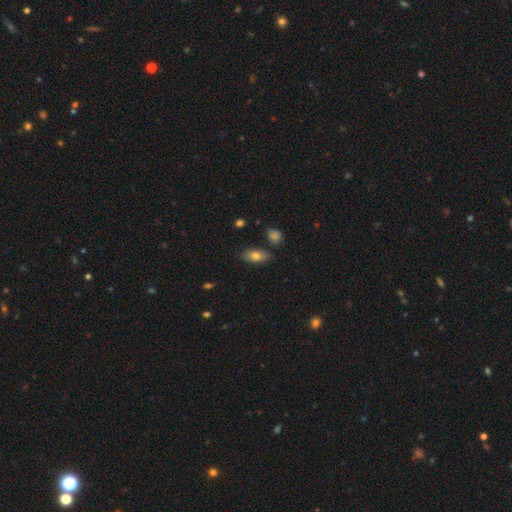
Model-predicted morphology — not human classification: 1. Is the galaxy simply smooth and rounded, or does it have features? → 77% smooth, 16% featured or disk, 8% star or artifact.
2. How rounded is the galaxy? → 88% in between, 8% cigar-shaped, 4% round.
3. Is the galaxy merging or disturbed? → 78% none, 15% minor disturbance, 4% merger, 3% major disturbance.